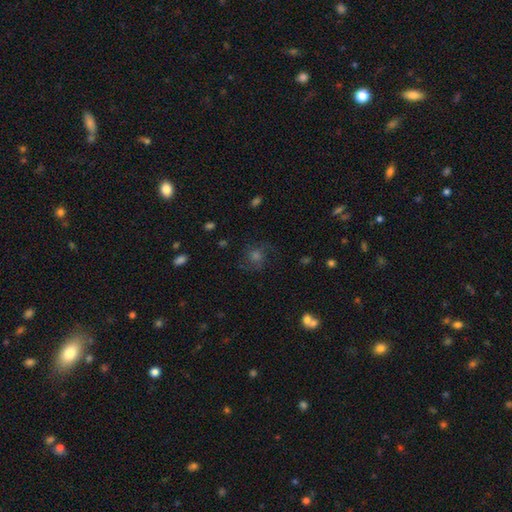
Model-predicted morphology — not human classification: type=featured or disk (37%); merging=none (74%).